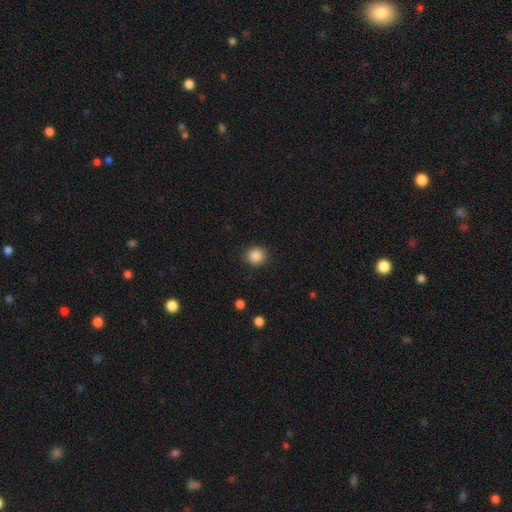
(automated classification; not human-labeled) smooth 87%, star or artifact 9%, featured or disk 3%. Down the decision tree: how rounded — round (86%); merging — none (90%).